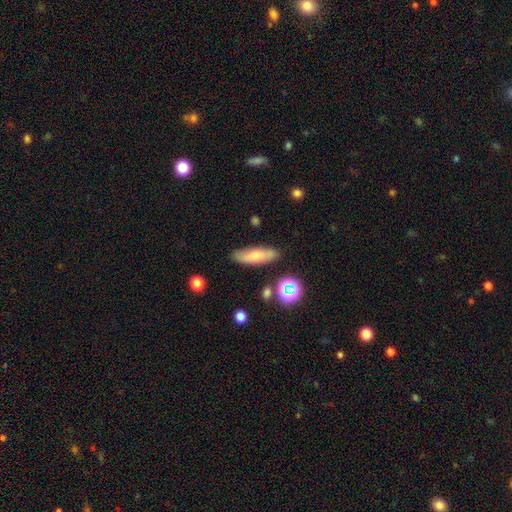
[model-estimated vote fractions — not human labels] Q: Smooth or featured?
A: smooth (67%); runner-up: featured or disk (24%)
Q: How rounded?
A: cigar-shaped (51%); runner-up: in between (46%)
Q: Merging?
A: none (82%); runner-up: minor disturbance (12%)